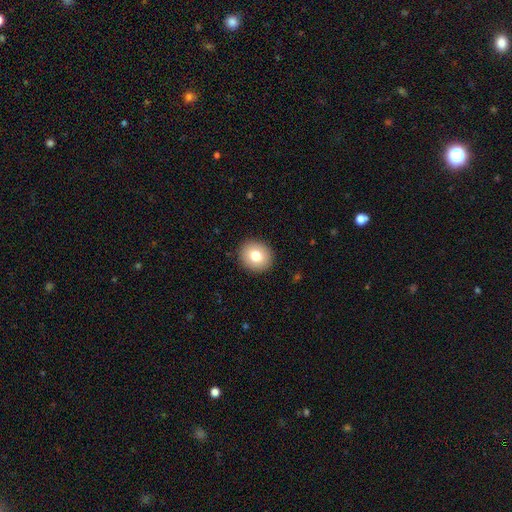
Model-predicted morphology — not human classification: A smooth galaxy with no disk features (77%) that is round (84%). Merging: none (91%).